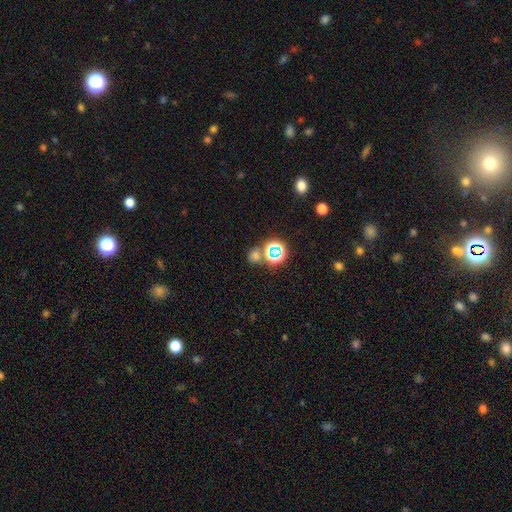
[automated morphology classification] The model was most divided on "smooth or featured": smooth: 48%, star or artifact: 44%, featured or disk: 8%. More confident: merging — none (61%).